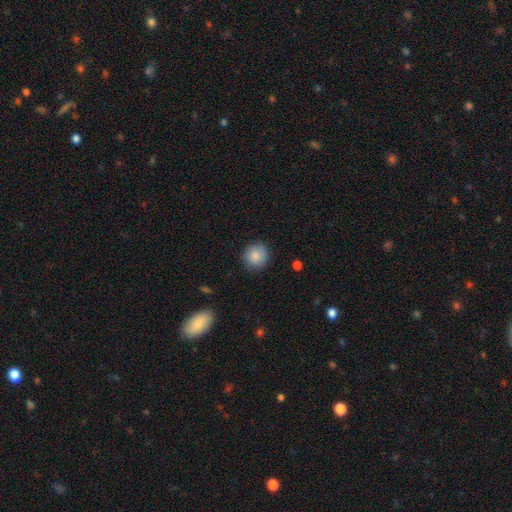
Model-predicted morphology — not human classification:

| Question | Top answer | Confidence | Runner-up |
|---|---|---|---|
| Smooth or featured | smooth | 85% | star or artifact (8%) |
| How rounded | round | 90% | in between (9%) |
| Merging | none | 86% | minor disturbance (10%) |